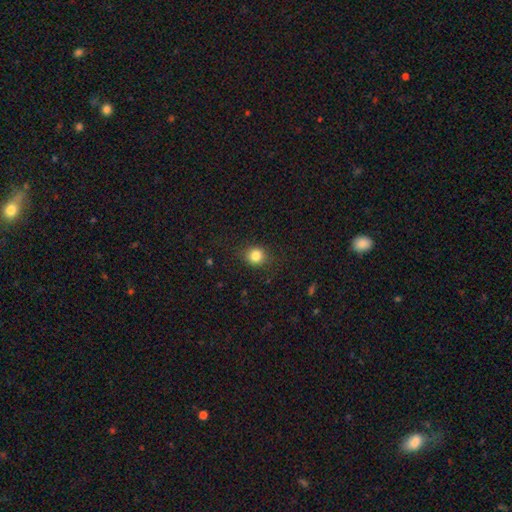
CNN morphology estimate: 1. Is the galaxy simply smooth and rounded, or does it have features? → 83% smooth, 11% star or artifact, 6% featured or disk.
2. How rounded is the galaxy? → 84% round, 15% in between, 1% cigar-shaped.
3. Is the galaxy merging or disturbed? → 86% none, 10% minor disturbance, 3% major disturbance, 1% merger.